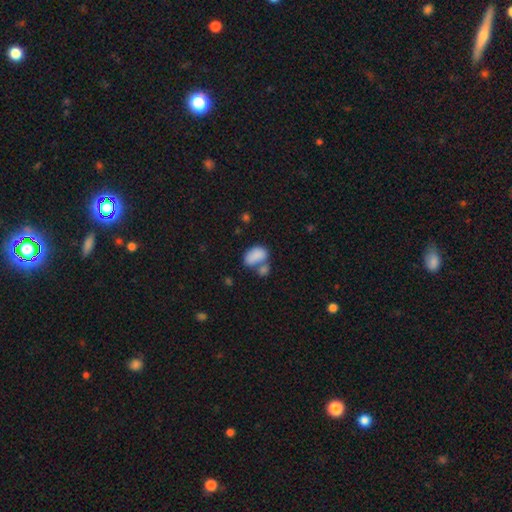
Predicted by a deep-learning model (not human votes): smooth_or_featured: smooth (p=0.83) [alt: featured or disk p=0.09]
how_rounded: in between (p=0.90) [alt: round p=0.09]
merging: merger (p=0.44) [alt: none p=0.33]